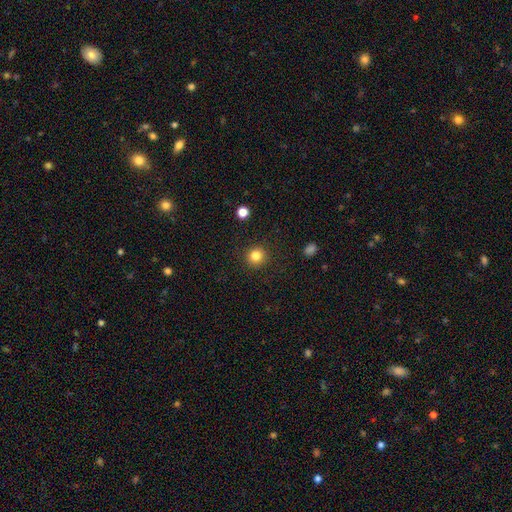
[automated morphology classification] smooth_or_featured: smooth (p=0.83) [alt: star or artifact p=0.12]
how_rounded: round (p=0.93) [alt: in between p=0.06]
merging: none (p=0.91) [alt: minor disturbance p=0.06]